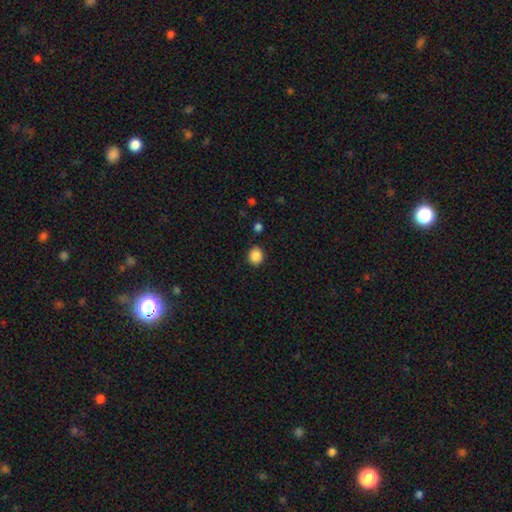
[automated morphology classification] This is clearly a smooth galaxy (87%). How rounded: likely round (70%). Merging: clearly none (86%).